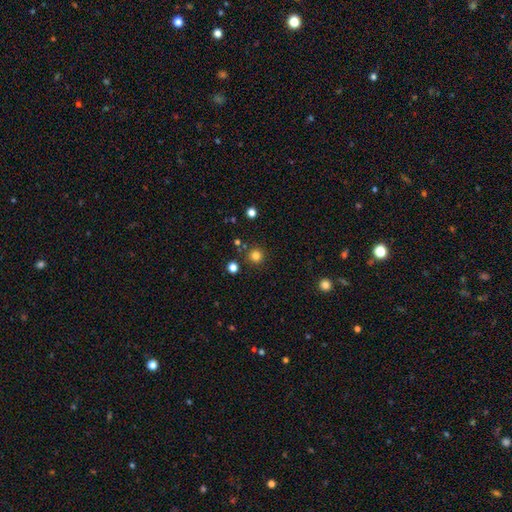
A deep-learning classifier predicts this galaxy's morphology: Smooth or featured: smooth — 81% (star or artifact — 14%)
How rounded: round — 95% (in between — 4%)
Merging: none — 87% (minor disturbance — 7%)